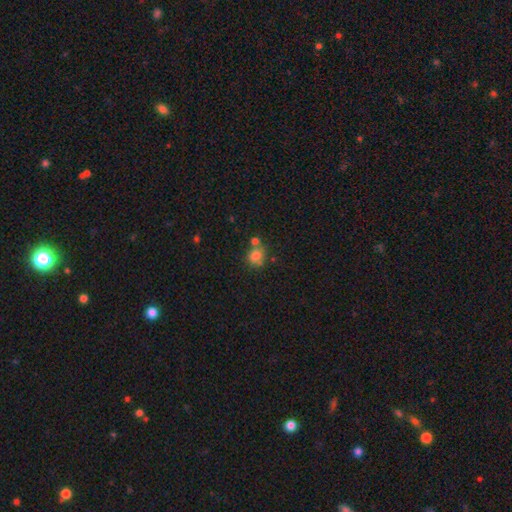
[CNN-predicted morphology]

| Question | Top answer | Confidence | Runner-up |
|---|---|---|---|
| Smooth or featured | smooth | 78% | star or artifact (13%) |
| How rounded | round | 74% | in between (25%) |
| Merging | none | 58% | merger (24%) |